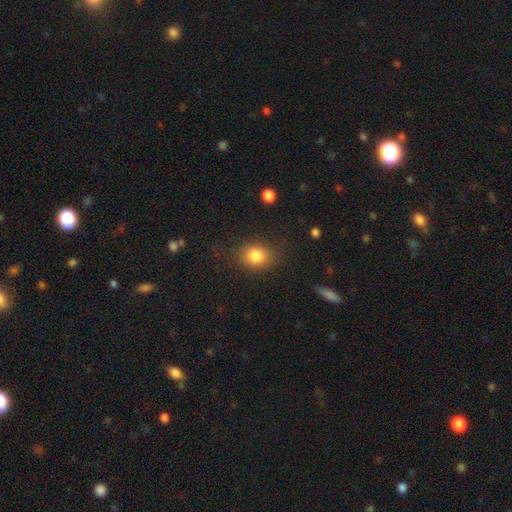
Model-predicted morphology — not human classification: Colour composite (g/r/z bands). It shows a smooth galaxy with no disk features (83%) that is round (54%). Merging: none (83%).